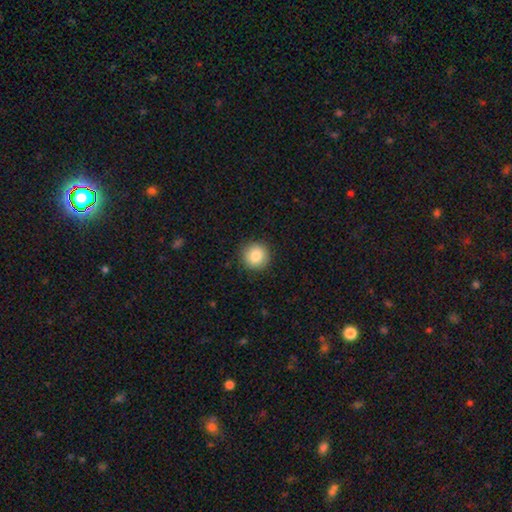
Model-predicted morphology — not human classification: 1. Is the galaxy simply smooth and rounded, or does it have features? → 85% smooth, 9% star or artifact, 6% featured or disk.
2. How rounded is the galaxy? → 94% round, 5% in between, 1% cigar-shaped.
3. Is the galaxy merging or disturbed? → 91% none, 6% minor disturbance, 2% major disturbance, 1% merger.